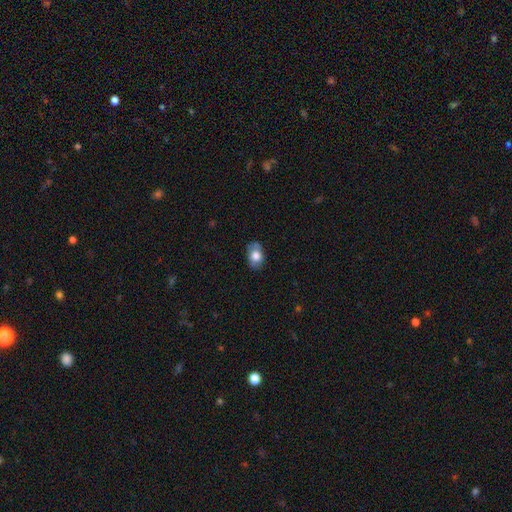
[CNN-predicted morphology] The model was most divided on "smooth or featured": smooth: 75%, featured or disk: 17%, star or artifact: 8%. More confident: how rounded — in between (82%); merging — none (79%).